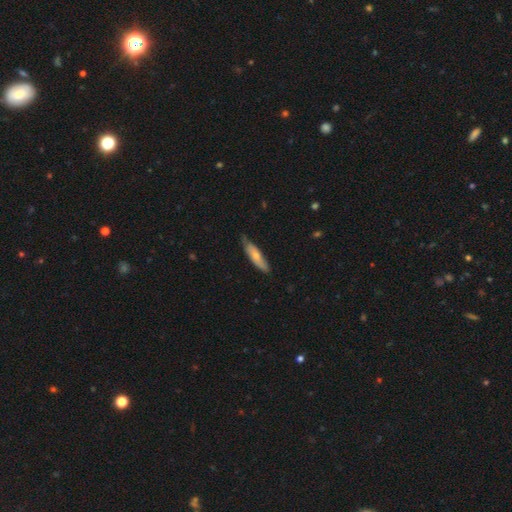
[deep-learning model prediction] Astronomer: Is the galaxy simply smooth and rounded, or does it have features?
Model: smooth — 61%.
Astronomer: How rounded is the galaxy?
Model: cigar-shaped — 64%.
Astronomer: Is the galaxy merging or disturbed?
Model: none — 64%.